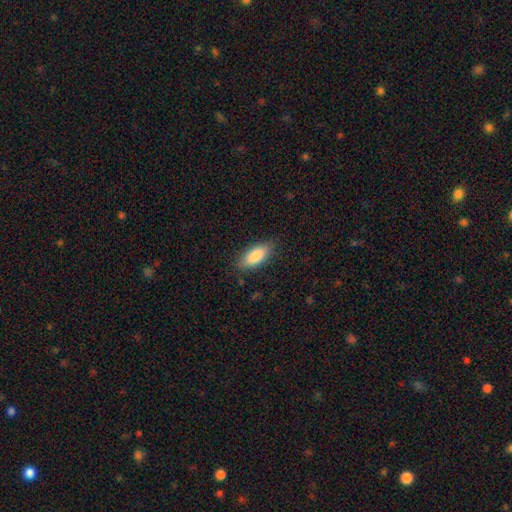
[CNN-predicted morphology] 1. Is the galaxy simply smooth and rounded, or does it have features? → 86% smooth, 8% featured or disk, 6% star or artifact.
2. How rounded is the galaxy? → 81% in between, 17% cigar-shaped, 2% round.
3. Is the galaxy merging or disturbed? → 83% none, 13% minor disturbance, 3% major disturbance, 1% merger.